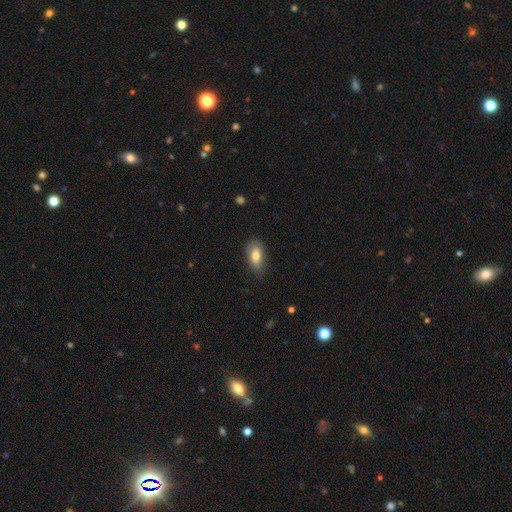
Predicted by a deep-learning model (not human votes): smooth_or_featured: smooth (p=0.72) [alt: featured or disk p=0.21]
how_rounded: in between (p=0.89) [alt: cigar-shaped p=0.06]
merging: none (p=0.69) [alt: minor disturbance p=0.24]